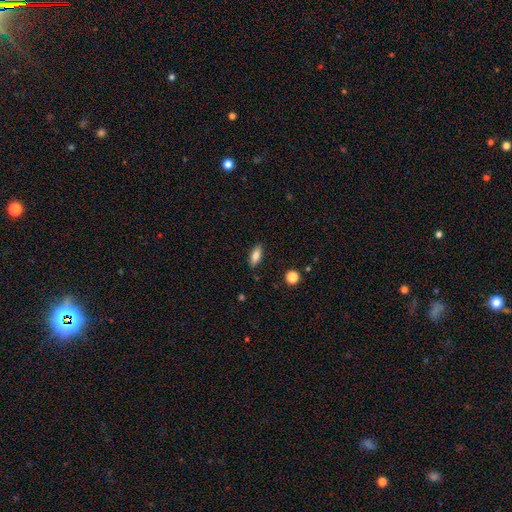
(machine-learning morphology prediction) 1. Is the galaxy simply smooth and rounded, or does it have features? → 80% smooth, 12% featured or disk, 8% star or artifact.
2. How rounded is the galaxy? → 78% in between, 19% cigar-shaped, 3% round.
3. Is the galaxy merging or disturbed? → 86% none, 10% minor disturbance, 2% major disturbance, 1% merger.